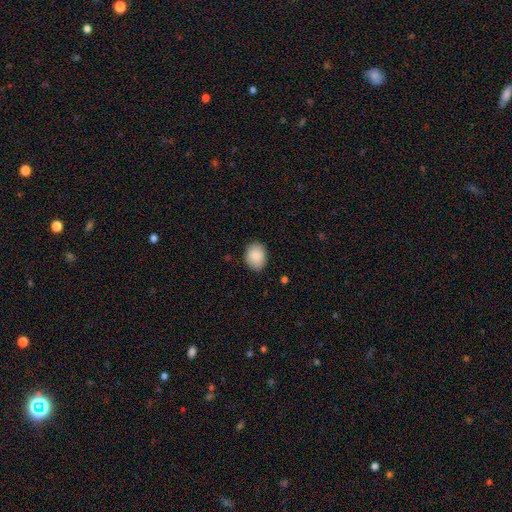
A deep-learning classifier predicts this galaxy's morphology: Q: Smooth or featured?
A: smooth (89%); runner-up: star or artifact (7%)
Q: How rounded?
A: in between (56%); runner-up: round (43%)
Q: Merging?
A: none (85%); runner-up: minor disturbance (11%)